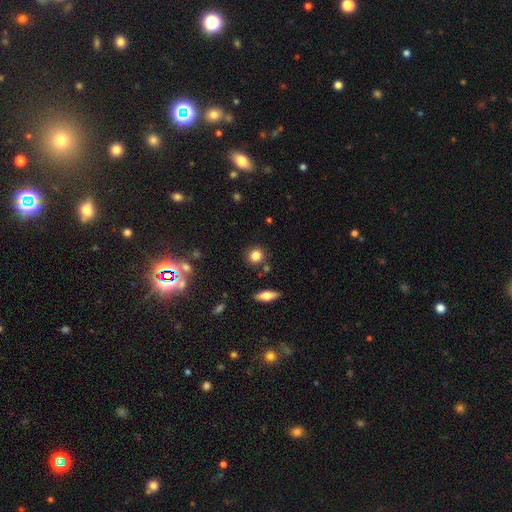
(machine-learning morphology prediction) This is clearly a smooth galaxy (82%). How rounded: clearly round (86%). Merging: clearly none (85%).